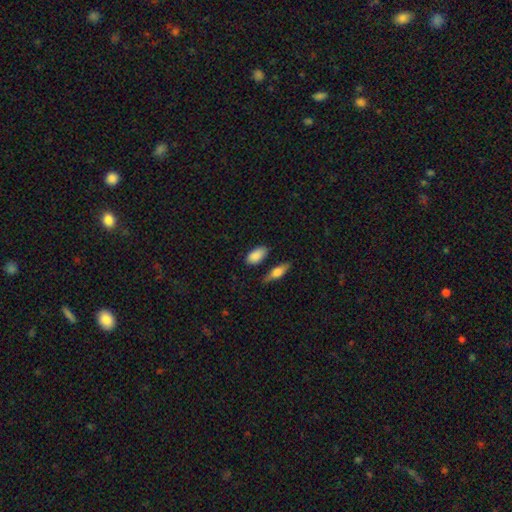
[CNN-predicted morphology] A smooth galaxy with no disk features (87%) that is in between round and cigar-shaped (91%).

Vote fractions:
- Smooth or featured? smooth: 87% / featured or disk: 6% / star or artifact: 6%
- How rounded? in between: 91% / cigar-shaped: 5% / round: 4%
- Merging? none: 75% / minor disturbance: 16% / merger: 6% / major disturbance: 4%